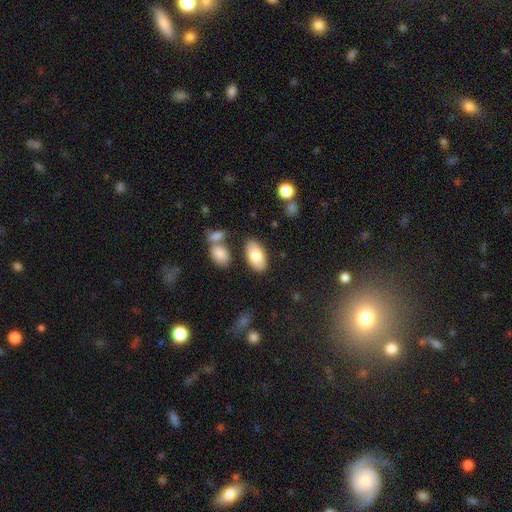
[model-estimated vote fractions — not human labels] smooth-or-featured: smooth: 79% | featured or disk: 15% | star or artifact: 6%
  how-rounded: in between: 94% | round: 3% | cigar-shaped: 2%
  merging: none: 81% | minor disturbance: 11% | merger: 6% | major disturbance: 3%